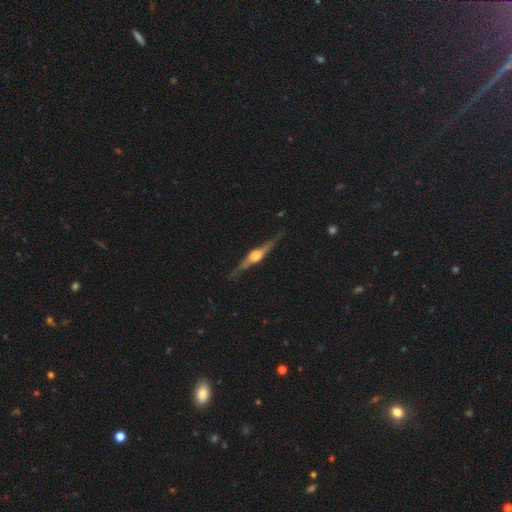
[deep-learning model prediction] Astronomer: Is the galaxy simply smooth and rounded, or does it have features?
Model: featured or disk — 80%.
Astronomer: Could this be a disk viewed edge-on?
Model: yes — 97%.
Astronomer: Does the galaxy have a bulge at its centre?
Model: rounded — 93%.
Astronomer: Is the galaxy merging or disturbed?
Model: none — 84%.